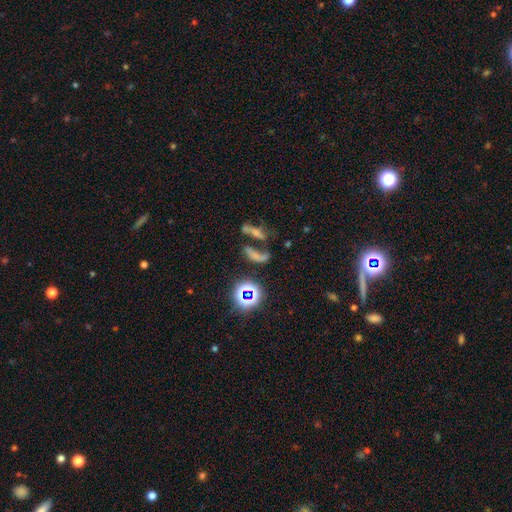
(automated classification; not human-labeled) This appears to be a smooth galaxy with no disk features (41%). Merging: merger (42%).